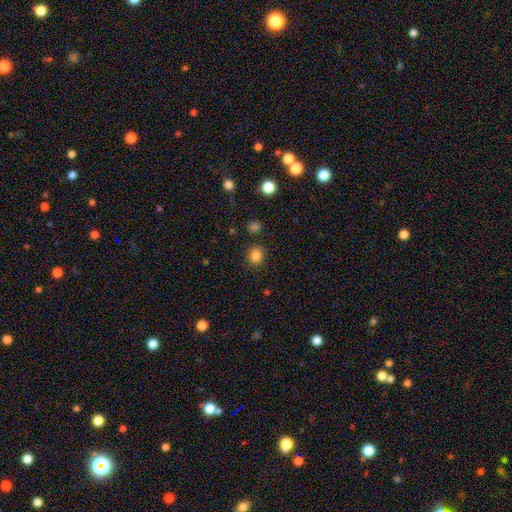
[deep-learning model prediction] Smooth or featured: smooth — 84% (star or artifact — 12%)
How rounded: round — 75% (in between — 24%)
Merging: none — 86% (minor disturbance — 8%)